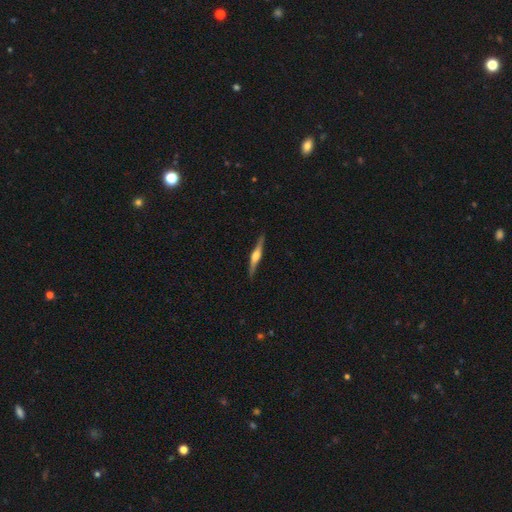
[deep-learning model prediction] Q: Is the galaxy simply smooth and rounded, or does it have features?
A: featured or disk — 75%.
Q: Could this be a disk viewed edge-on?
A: yes — 98%.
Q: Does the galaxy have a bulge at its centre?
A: rounded — 82%.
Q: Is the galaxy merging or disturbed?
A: none — 89%.